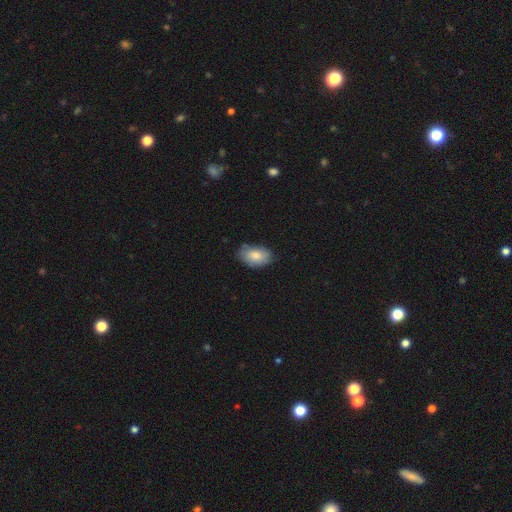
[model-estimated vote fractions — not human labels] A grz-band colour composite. It shows a smooth galaxy with no disk features (77%) that is in between round and cigar-shaped (91%). Merging: none (67%).